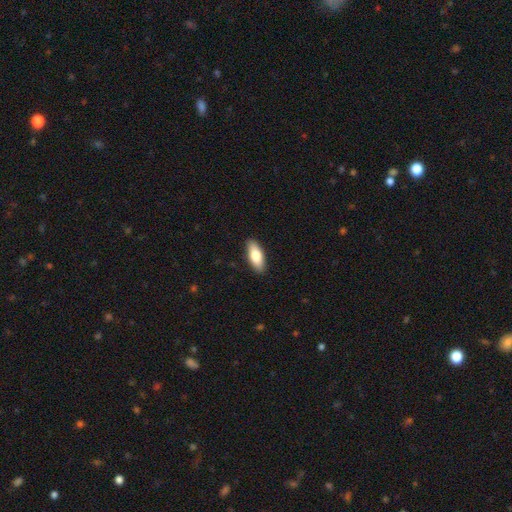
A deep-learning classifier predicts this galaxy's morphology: Overall: smooth (75%). How rounded: in between (78%). Merging: none (90%).